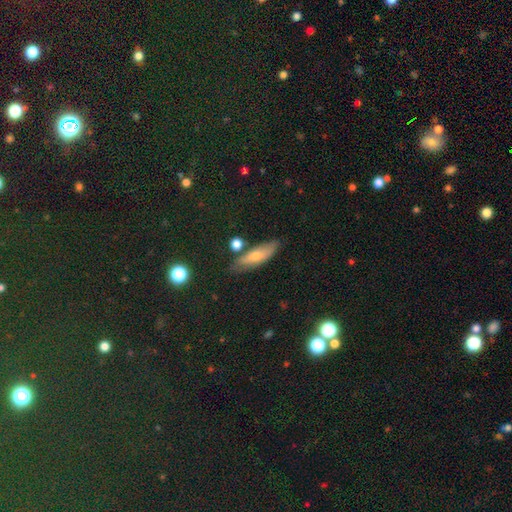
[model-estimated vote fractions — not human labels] Morphology: type=smooth (57%); roundness=cigar-shaped (56%); merging=none (78%).